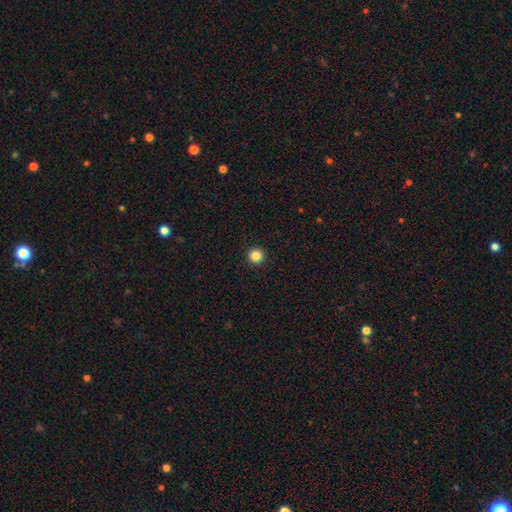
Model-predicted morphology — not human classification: Q: Smooth or featured?
A: smooth (86%); runner-up: star or artifact (11%)
Q: How rounded?
A: round (96%); runner-up: in between (3%)
Q: Merging?
A: none (94%); runner-up: minor disturbance (4%)